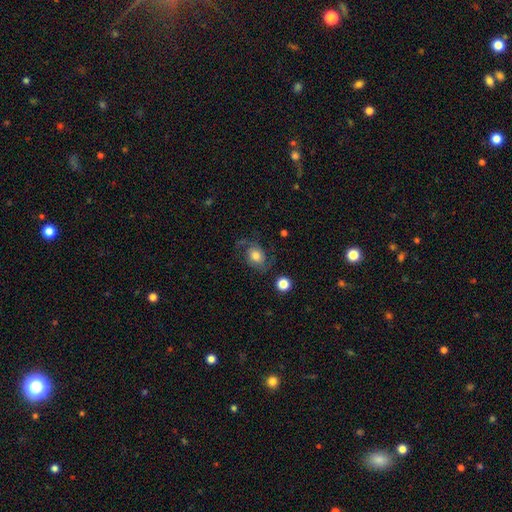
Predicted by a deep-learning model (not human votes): smooth_or_featured: featured or disk (p=0.61) [alt: smooth p=0.30]
disk_edge_on: no (p=0.97) [alt: yes p=0.03]
bar: no (p=0.71) [alt: weak p=0.25]
has_spiral_arms: yes (p=0.91) [alt: no p=0.09]
spiral_winding: medium (p=0.43) [alt: loose p=0.42]
spiral_arm_count: 2 (p=0.88) [alt: can't tell p=0.04]
bulge_size: moderate (p=0.44) [alt: large p=0.36]
merging: none (p=0.63) [alt: minor disturbance p=0.19]